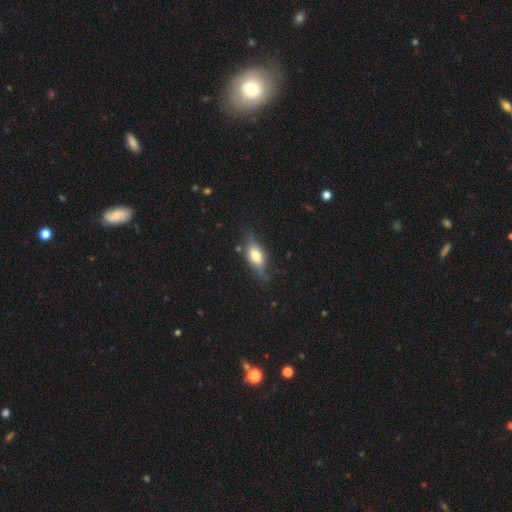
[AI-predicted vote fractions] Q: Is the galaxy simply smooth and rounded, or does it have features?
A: smooth — 54%.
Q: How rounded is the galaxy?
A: in between — 74%.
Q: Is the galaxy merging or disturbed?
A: none — 67%.